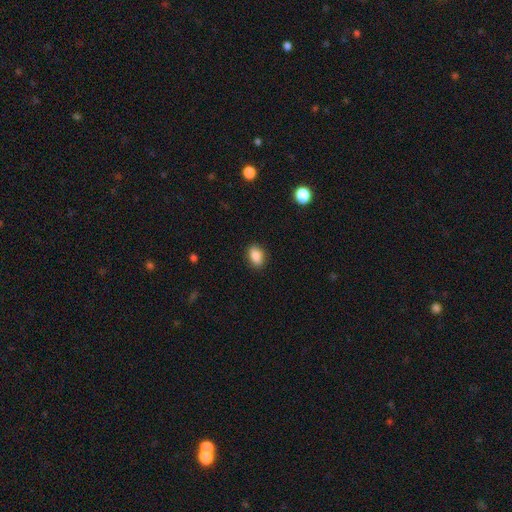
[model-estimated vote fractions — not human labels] smooth 87%, star or artifact 8%, featured or disk 5%. Down the decision tree: how rounded — in between (82%); merging — none (89%).